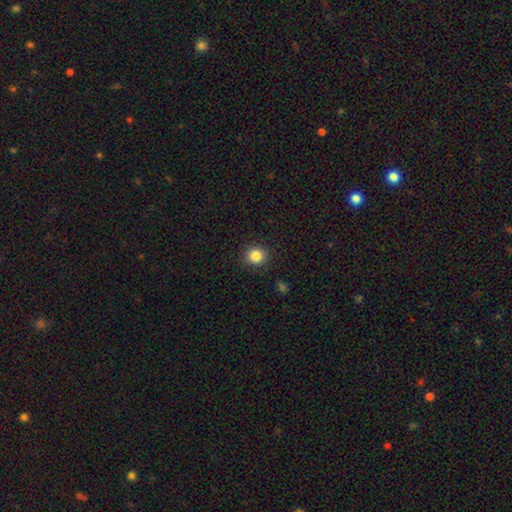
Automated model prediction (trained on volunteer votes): A smooth galaxy with no disk features (85%) that is round (86%).

Vote fractions:
- Smooth or featured? smooth: 85% / star or artifact: 10% / featured or disk: 4%
- How rounded? round: 86% / in between: 13% / cigar-shaped: 1%
- Merging? none: 89% / minor disturbance: 7% / major disturbance: 2% / merger: 1%